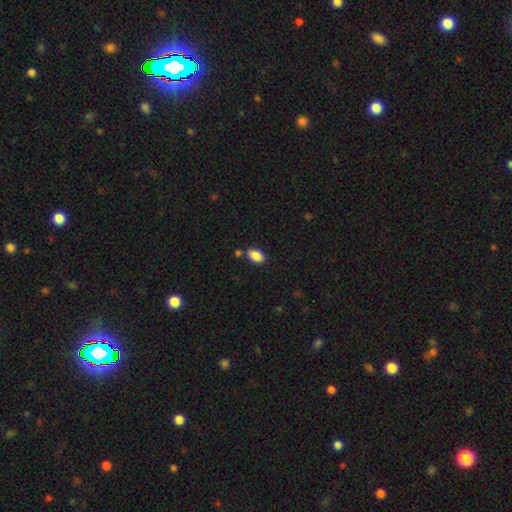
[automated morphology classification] type=smooth (88%); roundness=in between (90%); merging=none (80%).